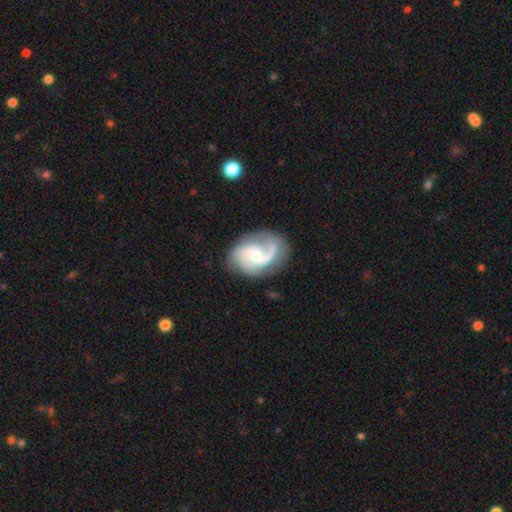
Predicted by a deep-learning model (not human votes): smooth_or_featured: featured or disk (p=0.86) [alt: smooth p=0.09]
disk_edge_on: no (p=0.98) [alt: yes p=0.02]
bar: no (p=0.54) [alt: weak p=0.38]
has_spiral_arms: yes (p=0.97) [alt: no p=0.03]
spiral_winding: medium (p=0.50) [alt: loose p=0.28]
spiral_arm_count: 2 (p=0.73) [alt: 1 p=0.11]
bulge_size: moderate (p=0.50) [alt: small p=0.44]
merging: none (p=0.70) [alt: minor disturbance p=0.19]